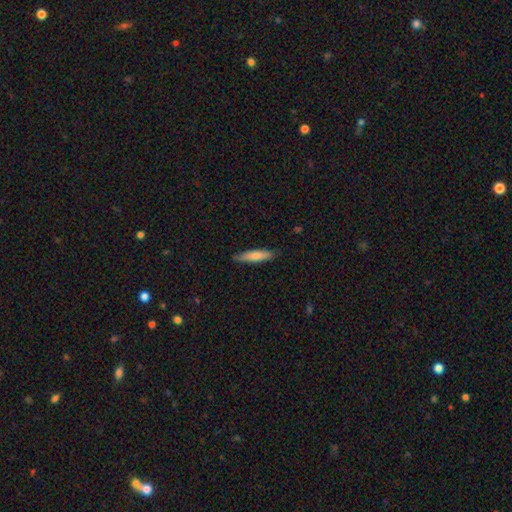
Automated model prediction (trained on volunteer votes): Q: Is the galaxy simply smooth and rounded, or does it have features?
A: smooth — 72%.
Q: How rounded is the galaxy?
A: cigar-shaped — 80%.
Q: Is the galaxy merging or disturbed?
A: none — 83%.